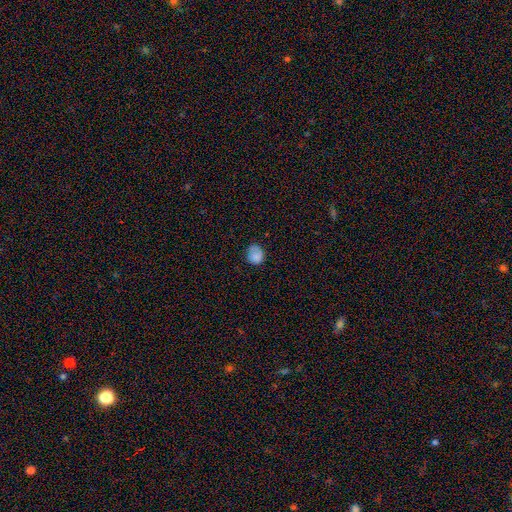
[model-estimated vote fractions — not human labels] A smooth galaxy with no disk features (82%) that is round (66%).

Vote fractions:
- Smooth or featured? smooth: 82% / star or artifact: 10% / featured or disk: 7%
- How rounded? round: 66% / in between: 33% / cigar-shaped: 1%
- Merging? none: 66% / minor disturbance: 25% / major disturbance: 7% / merger: 2%